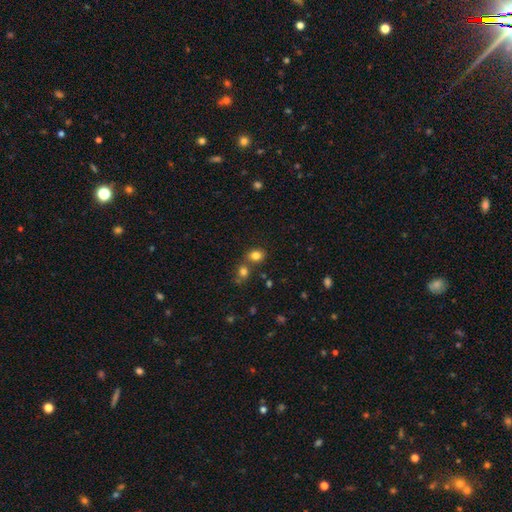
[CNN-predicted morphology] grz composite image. It shows a smooth galaxy with no disk features (81%) that is round (51%). Merging: none (62%).